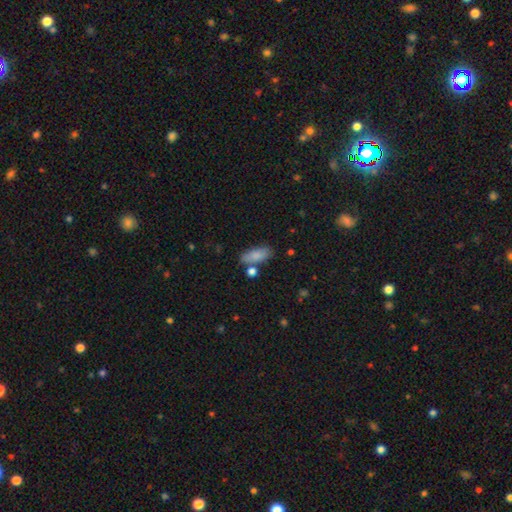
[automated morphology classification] A smooth galaxy with no disk features (83%) that is in between round and cigar-shaped (79%). Merging: none (68%).